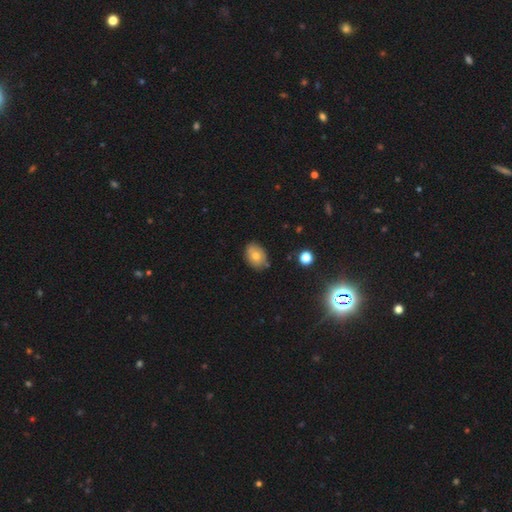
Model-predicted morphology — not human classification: Q: Smooth or featured?
A: smooth (72%); runner-up: featured or disk (17%)
Q: How rounded?
A: in between (69%); runner-up: round (30%)
Q: Merging?
A: none (79%); runner-up: minor disturbance (16%)